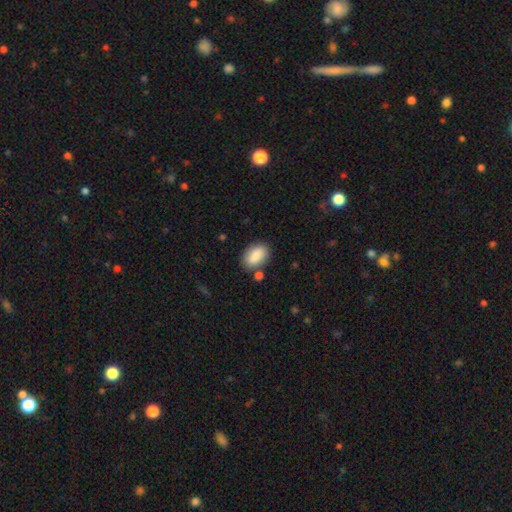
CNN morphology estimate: A smooth galaxy with no disk features (86%) that is in between round and cigar-shaped (89%).

Vote fractions:
- Smooth or featured? smooth: 86% / featured or disk: 8% / star or artifact: 7%
- How rounded? in between: 89% / round: 9% / cigar-shaped: 2%
- Merging? none: 76% / minor disturbance: 14% / merger: 7% / major disturbance: 3%